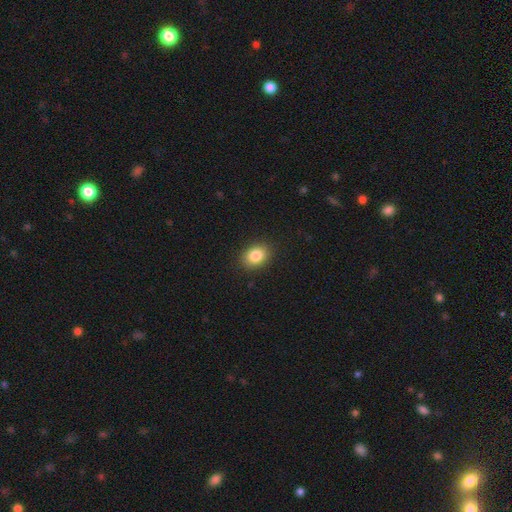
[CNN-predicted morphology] smooth-or-featured: smooth: 85% | star or artifact: 9% | featured or disk: 6%
  how-rounded: in between: 66% | round: 33% | cigar-shaped: 1%
  merging: none: 88% | minor disturbance: 8% | major disturbance: 2% | merger: 1%